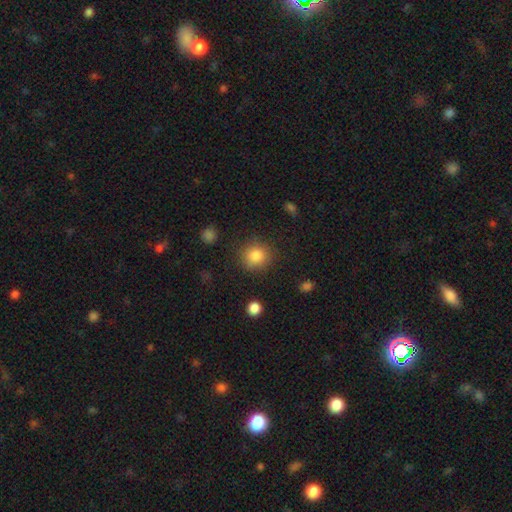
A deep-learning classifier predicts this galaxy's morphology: Q: Smooth or featured?
A: smooth (84%); runner-up: star or artifact (10%)
Q: How rounded?
A: round (90%); runner-up: in between (9%)
Q: Merging?
A: none (85%); runner-up: minor disturbance (9%)